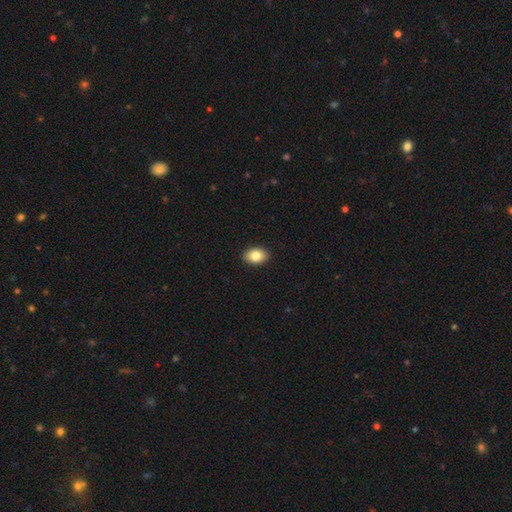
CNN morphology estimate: The model was most divided on "how rounded": in between: 84%, round: 15%, cigar-shaped: 1%. More confident: merging — none (91%); smooth or featured — smooth (84%).